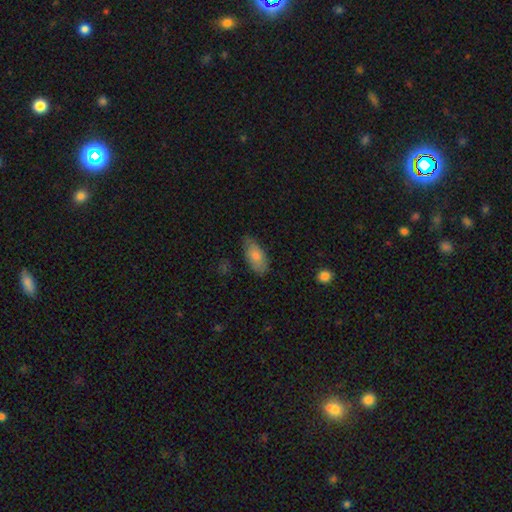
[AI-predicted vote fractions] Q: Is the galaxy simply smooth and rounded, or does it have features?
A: smooth — 78%.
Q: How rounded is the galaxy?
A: in between — 87%.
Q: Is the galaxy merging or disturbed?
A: none — 76%.